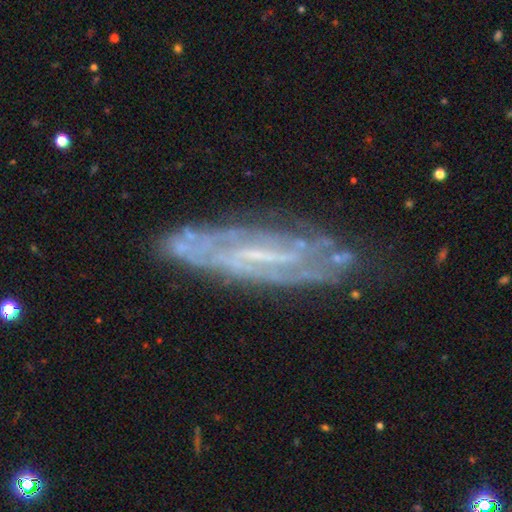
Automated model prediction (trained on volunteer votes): A featured or disk galaxy (79%) with a weak bar (41%), spiral arms (82%) and a small central bulge (52%). Merging: none (74%).